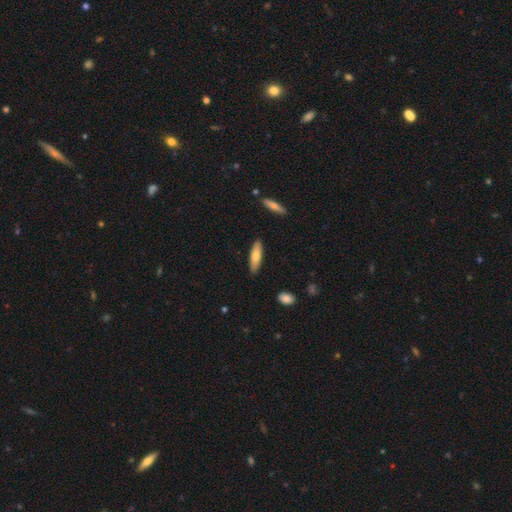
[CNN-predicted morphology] This appears to be a smooth galaxy with no disk features (72%) that is cigar-shaped (64%). Merging: none (87%).